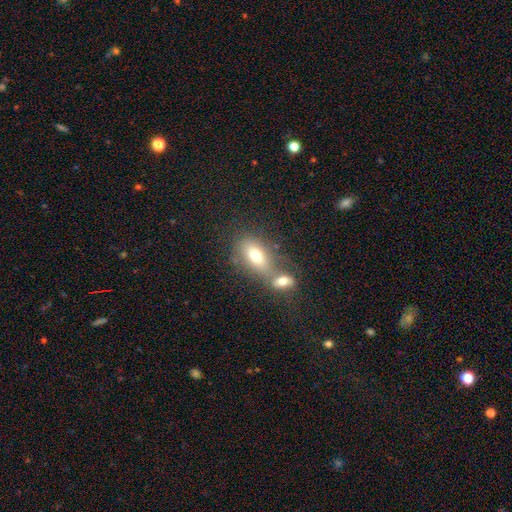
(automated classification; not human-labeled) Morphology: type=smooth (70%); roundness=in between (84%); merging=merger (46%).